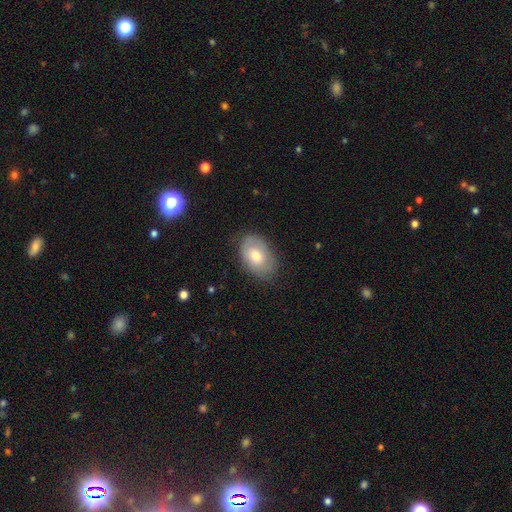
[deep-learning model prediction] Smooth or featured? smooth (63%)
How rounded? in between (85%)
Merging? none (76%)